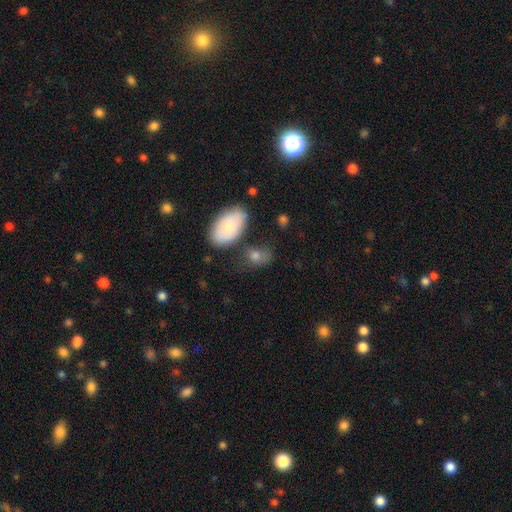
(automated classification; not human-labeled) Overall: smooth (76%). How rounded: in between (77%). Merging: none (53%; minor disturbance 22%).